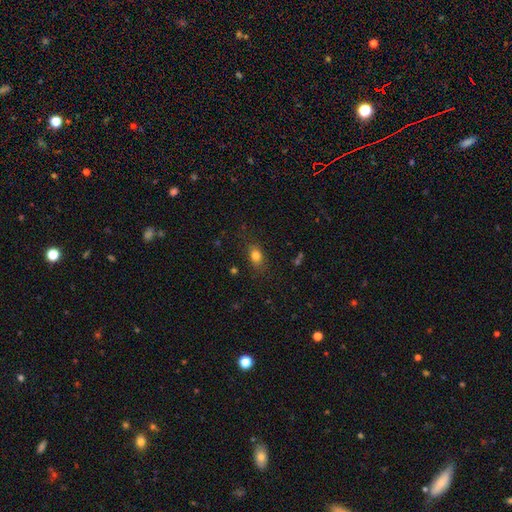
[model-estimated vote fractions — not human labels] A smooth galaxy with no disk features (80%) that is in between round and cigar-shaped (72%). Merging: none (80%).